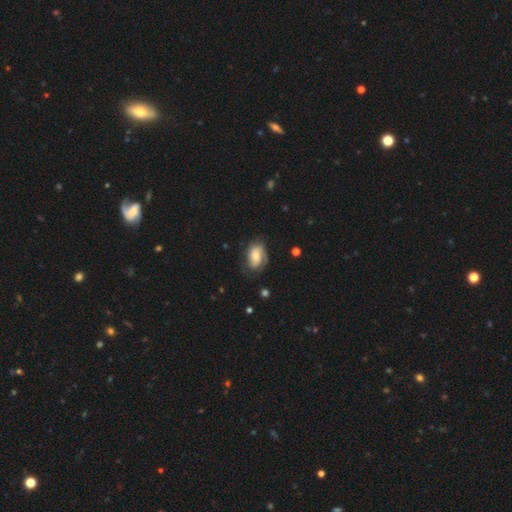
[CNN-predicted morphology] Smooth or featured? featured or disk (52%)
Edge-on disk? no (96%)
Merging? none (62%)